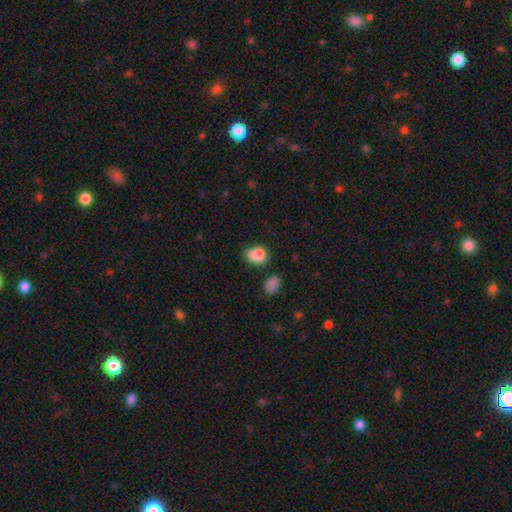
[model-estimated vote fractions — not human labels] This is clearly a smooth galaxy (84%). How rounded: likely in between (63%). Merging: possibly none (50%).